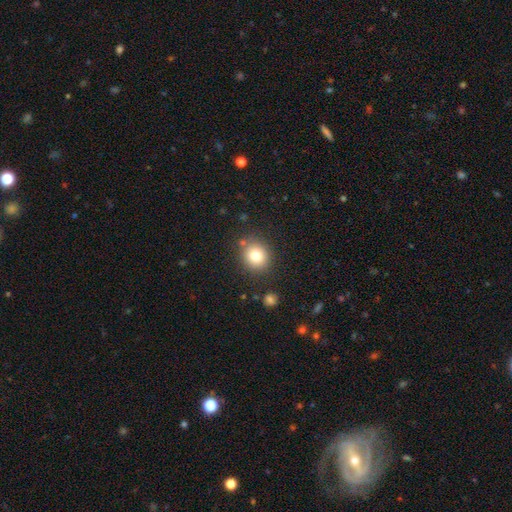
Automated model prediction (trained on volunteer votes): Smooth or featured?
  - smooth: 78% *
  - star or artifact: 12%
  - featured or disk: 10%
How rounded?
  - round: 79% *
  - in between: 20%
  - cigar-shaped: 1%
Merging?
  - none: 83% *
  - minor disturbance: 9%
  - merger: 4%
  - major disturbance: 3%